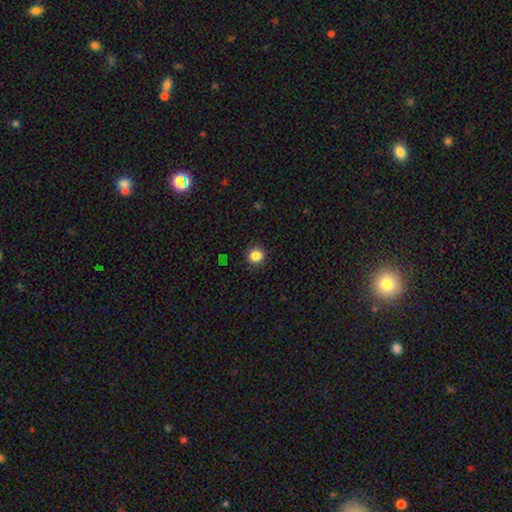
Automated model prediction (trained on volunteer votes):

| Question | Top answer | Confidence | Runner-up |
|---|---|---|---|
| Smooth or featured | smooth | 86% | star or artifact (11%) |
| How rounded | round | 89% | in between (10%) |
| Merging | none | 91% | minor disturbance (6%) |